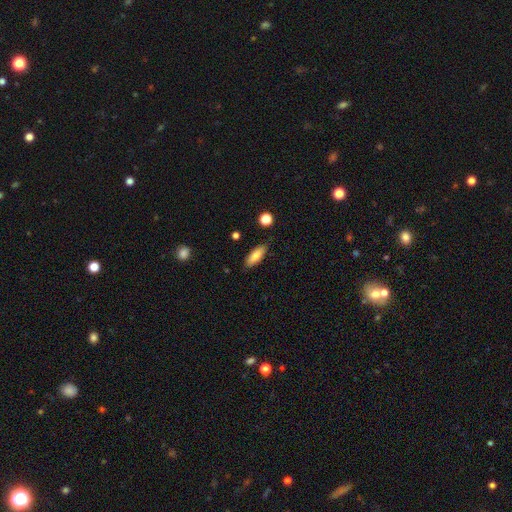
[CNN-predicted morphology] smooth_or_featured: smooth (p=0.79) [alt: featured or disk p=0.14]
how_rounded: in between (p=0.71) [alt: cigar-shaped p=0.27]
merging: none (p=0.85) [alt: minor disturbance p=0.11]